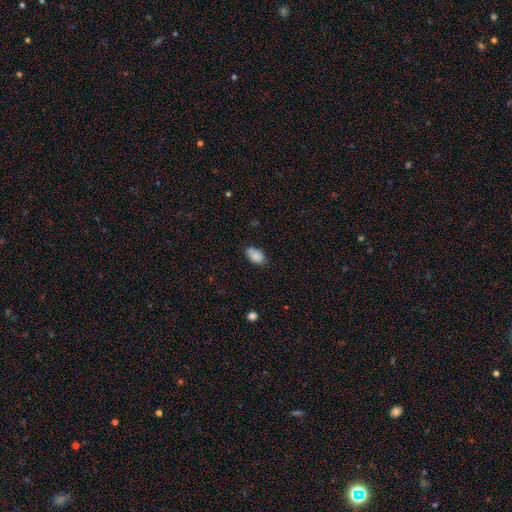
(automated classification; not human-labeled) This is clearly a smooth galaxy (85%). How rounded: clearly in between (92%). Merging: likely none (72%).